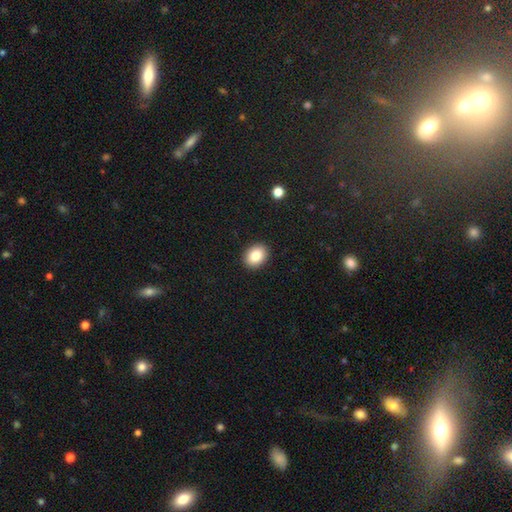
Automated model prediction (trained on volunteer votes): A smooth galaxy with no disk features (85%) that is in between round and cigar-shaped (59%). Merging: none (91%).